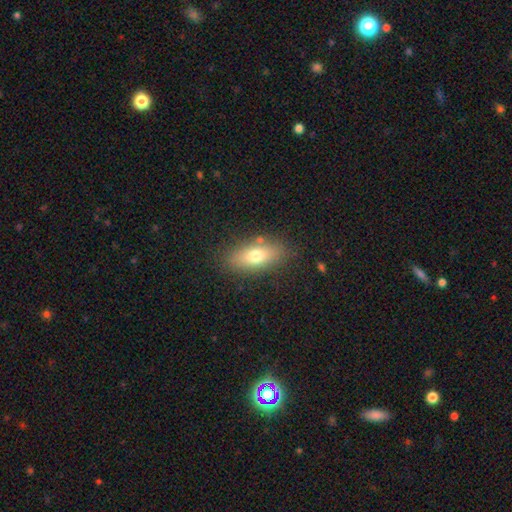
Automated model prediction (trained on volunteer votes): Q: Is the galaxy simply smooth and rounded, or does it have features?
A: smooth — 71%.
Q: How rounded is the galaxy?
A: in between — 78%.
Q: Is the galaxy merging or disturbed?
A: none — 82%.